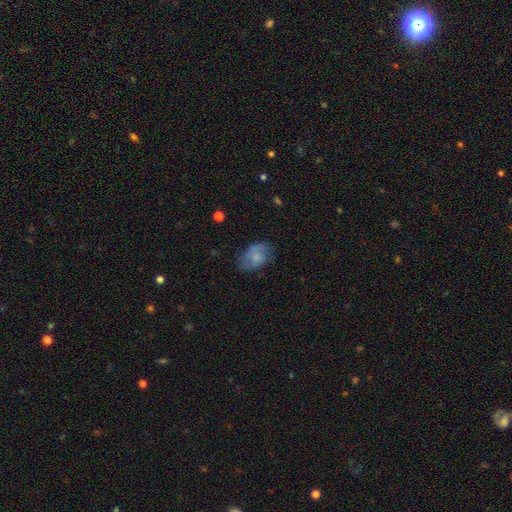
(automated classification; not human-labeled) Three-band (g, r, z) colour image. It shows a smooth galaxy with no disk features (63%) that is in between round and cigar-shaped (82%). Merging: none (63%).